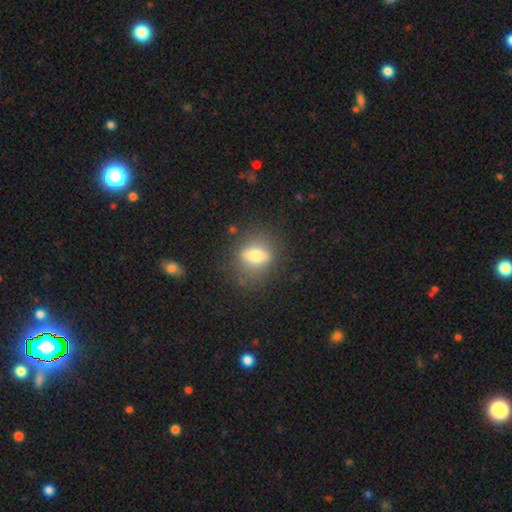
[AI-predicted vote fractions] smooth-or-featured: smooth: 62% | featured or disk: 28% | star or artifact: 10%
  how-rounded: in between: 57% | round: 35% | cigar-shaped: 8%
  merging: none: 75% | minor disturbance: 15% | major disturbance: 8% | merger: 2%